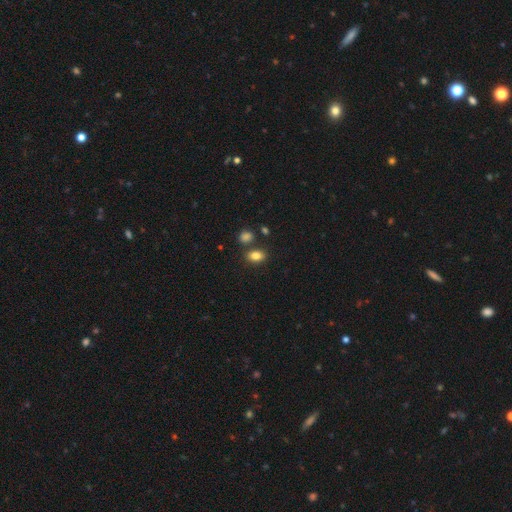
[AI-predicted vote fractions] Smooth or featured: smooth — 83% (star or artifact — 10%)
How rounded: in between — 82% (round — 16%)
Merging: none — 75% (minor disturbance — 11%)